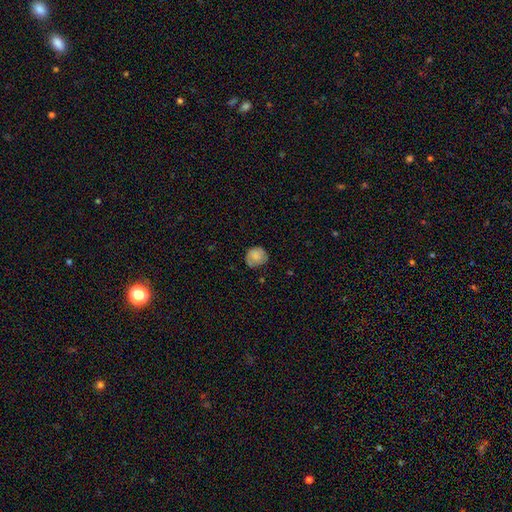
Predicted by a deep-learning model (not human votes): The model was most divided on "merging": none: 68%, minor disturbance: 24%, major disturbance: 6%, merger: 1%. More confident: how rounded — round (80%); smooth or featured — smooth (73%).